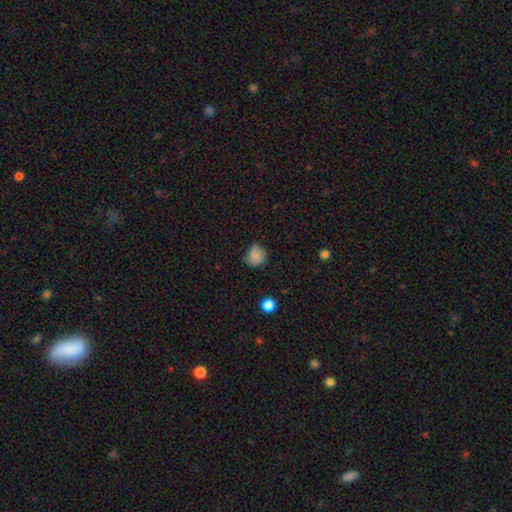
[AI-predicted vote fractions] The model was most divided on "merging": none: 62%, minor disturbance: 30%, major disturbance: 6%, merger: 2%. More confident: how rounded — round (81%); smooth or featured — smooth (78%).